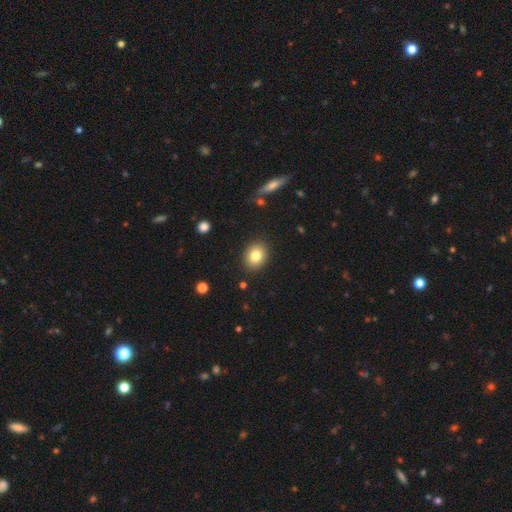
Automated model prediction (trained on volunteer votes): Smooth or featured: smooth — 82% (star or artifact — 9%)
How rounded: round — 53% (in between — 46%)
Merging: none — 89% (minor disturbance — 8%)